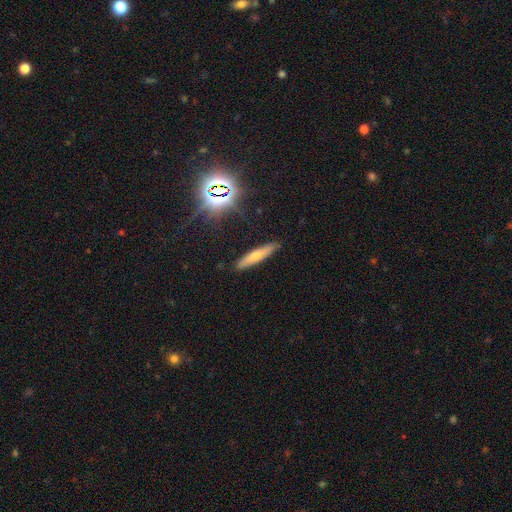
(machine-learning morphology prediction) Q: Smooth or featured?
A: smooth (50%); runner-up: featured or disk (32%)
Q: How rounded?
A: cigar-shaped (87%); runner-up: in between (10%)
Q: Merging?
A: none (88%); runner-up: minor disturbance (8%)